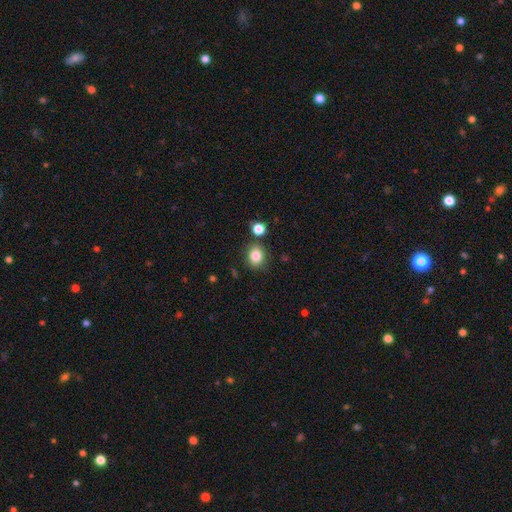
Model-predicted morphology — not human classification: Smooth or featured?
  - smooth: 83% *
  - star or artifact: 11%
  - featured or disk: 6%
How rounded?
  - round: 64% *
  - in between: 36%
  - cigar-shaped: 1%
Merging?
  - none: 78% *
  - minor disturbance: 12%
  - merger: 7%
  - major disturbance: 3%